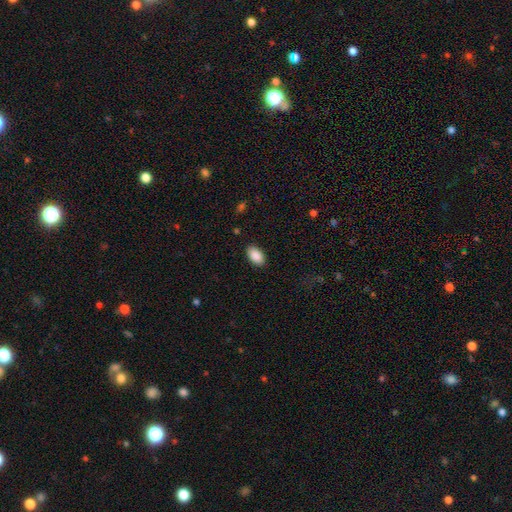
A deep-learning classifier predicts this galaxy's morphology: The model was most divided on "merging": none: 88%, minor disturbance: 9%, major disturbance: 2%, merger: 1%. More confident: how rounded — in between (95%); smooth or featured — smooth (90%).